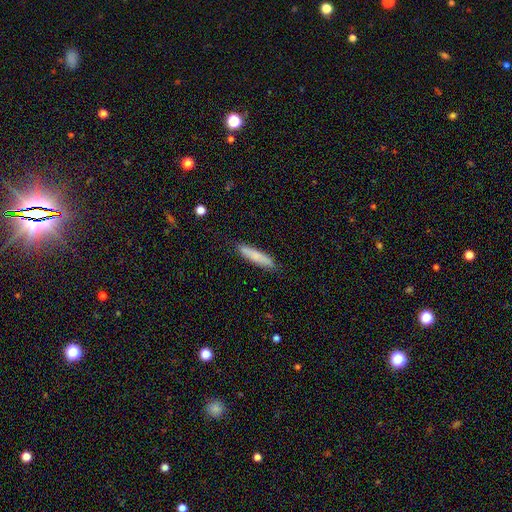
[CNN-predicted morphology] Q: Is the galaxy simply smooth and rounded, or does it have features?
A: smooth — 79%.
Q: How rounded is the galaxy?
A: cigar-shaped — 86%.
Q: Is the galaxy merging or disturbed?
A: none — 86%.